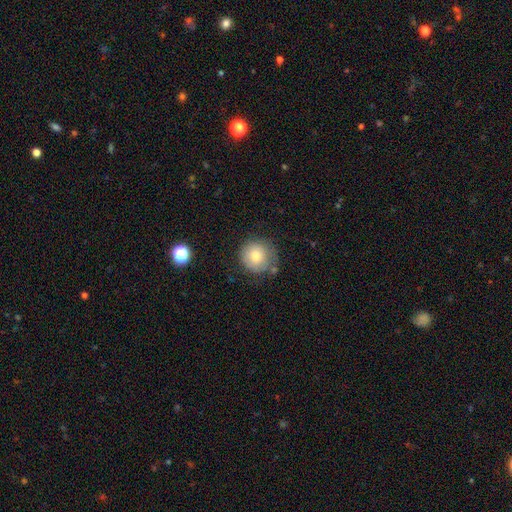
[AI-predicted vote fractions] Morphology: type=smooth (76%); roundness=round (92%); merging=none (70%).